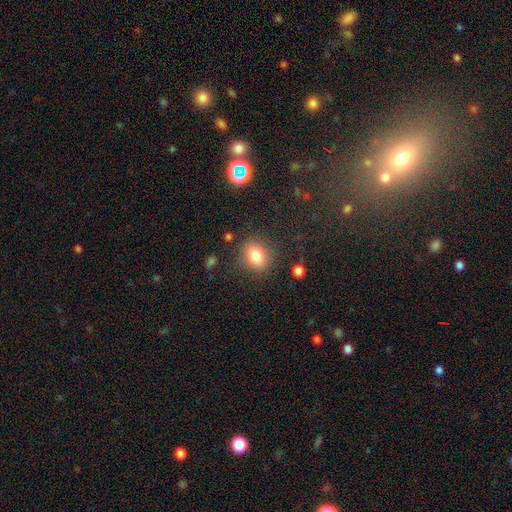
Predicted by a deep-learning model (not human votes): Smooth or featured? Predicted: smooth (p=0.82). How rounded? Predicted: round (p=0.52). Merging? Predicted: none (p=0.81).